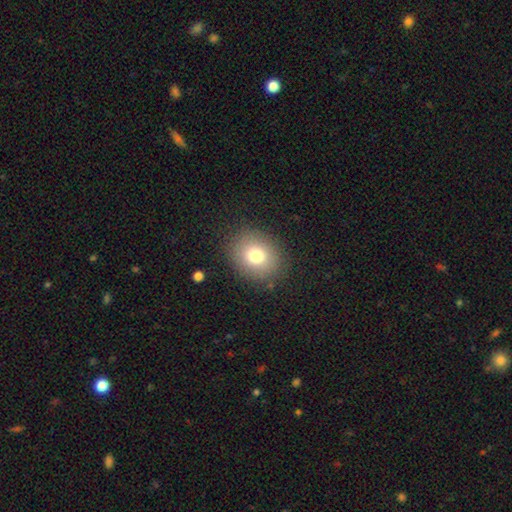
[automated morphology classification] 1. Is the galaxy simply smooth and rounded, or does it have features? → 76% smooth, 12% star or artifact, 12% featured or disk.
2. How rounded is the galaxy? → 65% round, 35% in between, 1% cigar-shaped.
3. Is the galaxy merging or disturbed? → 86% none, 9% minor disturbance, 4% major disturbance, 1% merger.